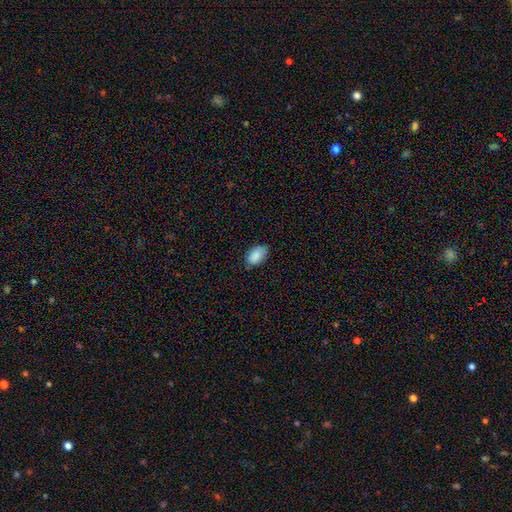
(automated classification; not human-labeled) smooth 86%, star or artifact 7%, featured or disk 7%. Down the decision tree: how rounded — in between (93%); merging — none (73%).